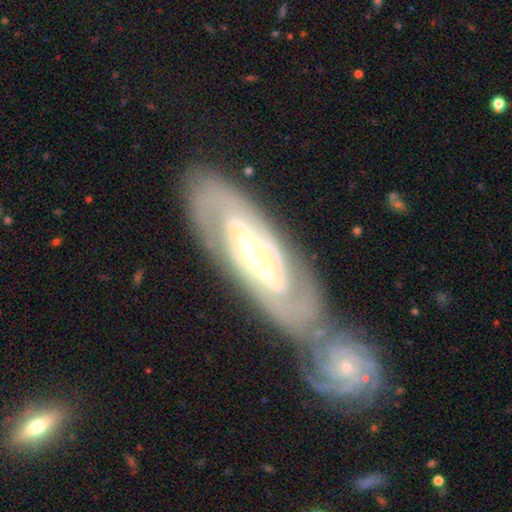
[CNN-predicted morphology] featured or disk 89%, smooth 7%, star or artifact 4%. Down the decision tree: edge-on disk — no (92%); bar — strong (50%); spiral arms — yes (96%); spiral arm count — 2 (77%); spiral winding — tight (51%); bulge size — small (55%); merging — none (48%).